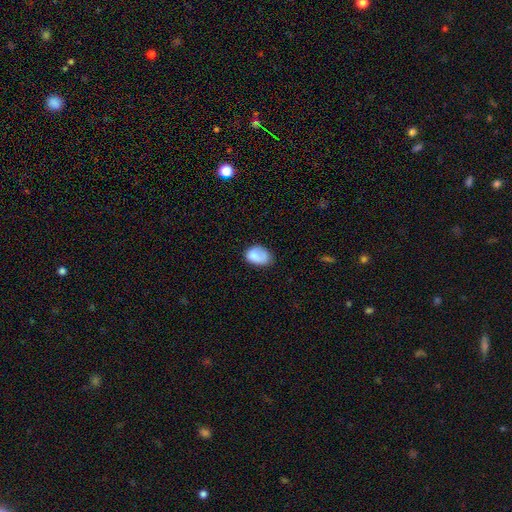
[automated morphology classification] Smooth or featured: smooth — 78% (featured or disk — 15%)
How rounded: in between — 79% (round — 20%)
Merging: none — 53% (minor disturbance — 28%)